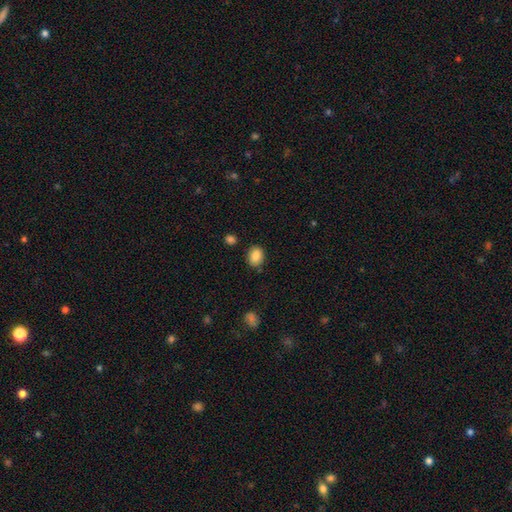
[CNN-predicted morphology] smooth_or_featured: smooth (p=0.86) [alt: star or artifact p=0.09]
how_rounded: in between (p=0.54) [alt: round p=0.45]
merging: none (p=0.83) [alt: minor disturbance p=0.11]